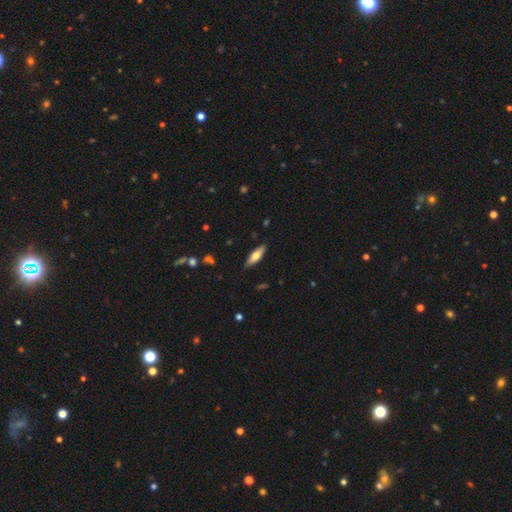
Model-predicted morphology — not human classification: A smooth galaxy with no disk features (56%) that is cigar-shaped (51%). Merging: none (88%).